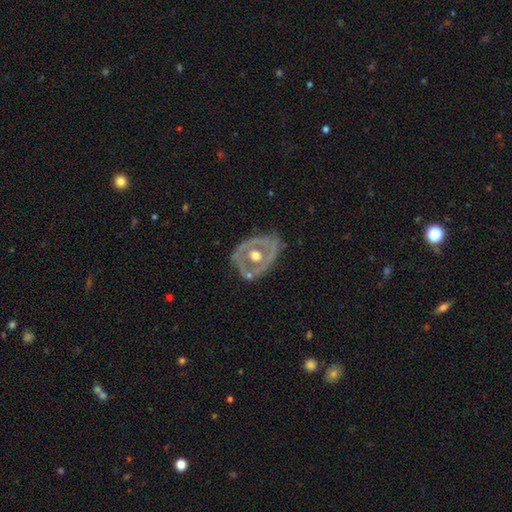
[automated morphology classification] Overall: featured or disk (70%). Edge-on disk: no (93%). Bar: no (86%). Spiral arms: no (78%). Bulge size: moderate (75%). Merging: none (67%).